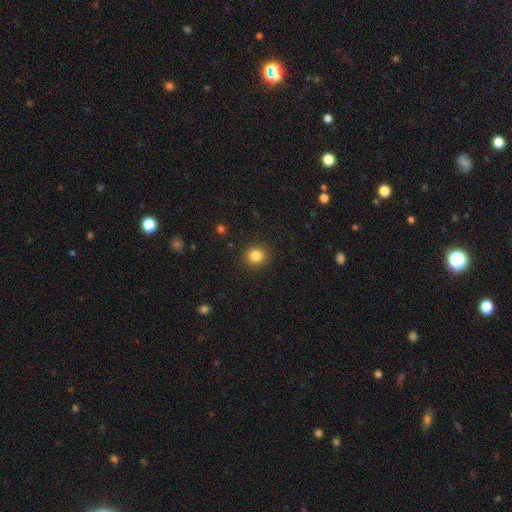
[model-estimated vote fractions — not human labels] Overall: smooth (84%). How rounded: round (88%). Merging: none (91%).